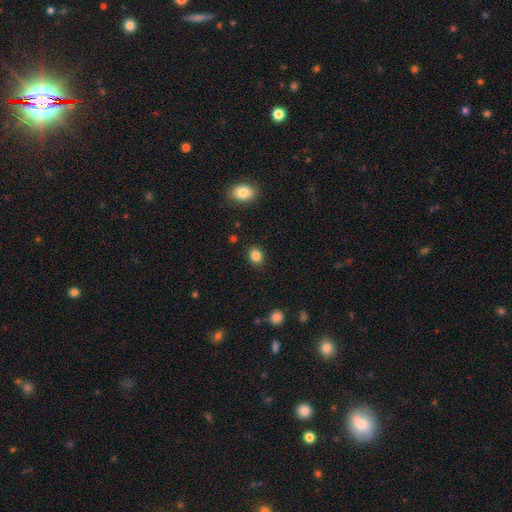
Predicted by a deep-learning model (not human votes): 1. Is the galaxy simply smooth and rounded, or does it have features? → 85% smooth, 10% star or artifact, 4% featured or disk.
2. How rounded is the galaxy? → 50% round, 49% in between, 1% cigar-shaped.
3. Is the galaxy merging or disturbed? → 87% none, 9% minor disturbance, 3% major disturbance, 1% merger.